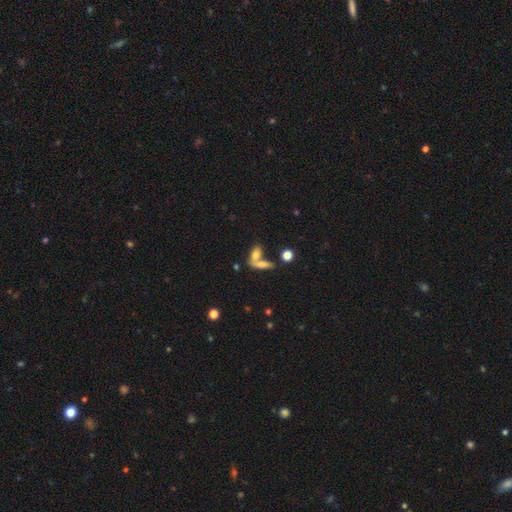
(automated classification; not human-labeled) This is likely a smooth galaxy (68%). How rounded: likely in between (65%). Merging: possibly merger (49%).